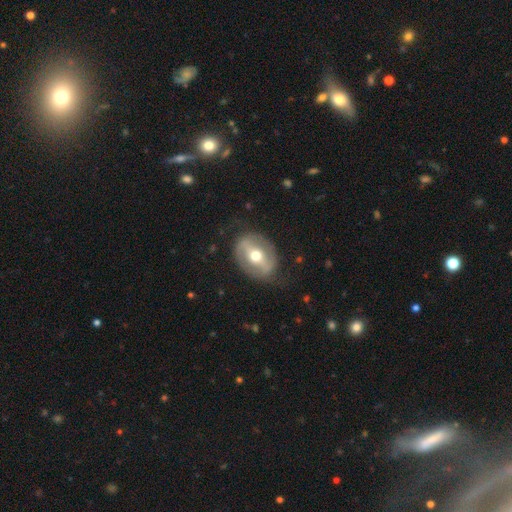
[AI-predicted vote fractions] Q: Smooth or featured?
A: featured or disk (66%); runner-up: smooth (29%)
Q: Edge-on disk?
A: no (90%); runner-up: yes (10%)
Q: Bar?
A: strong (54%); runner-up: weak (27%)
Q: Spiral arms?
A: no (61%); runner-up: yes (39%)
Q: Bulge size?
A: moderate (75%); runner-up: small (12%)
Q: Merging?
A: none (76%); runner-up: minor disturbance (15%)